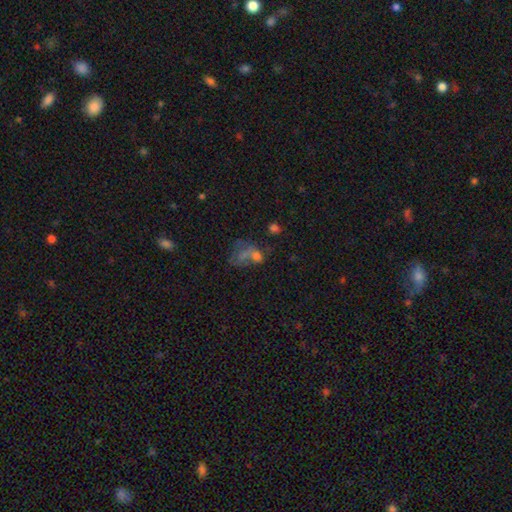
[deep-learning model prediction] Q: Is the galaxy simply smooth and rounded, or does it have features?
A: smooth — 54%.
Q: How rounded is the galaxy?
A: in between — 70%.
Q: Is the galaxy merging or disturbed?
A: merger — 35%.